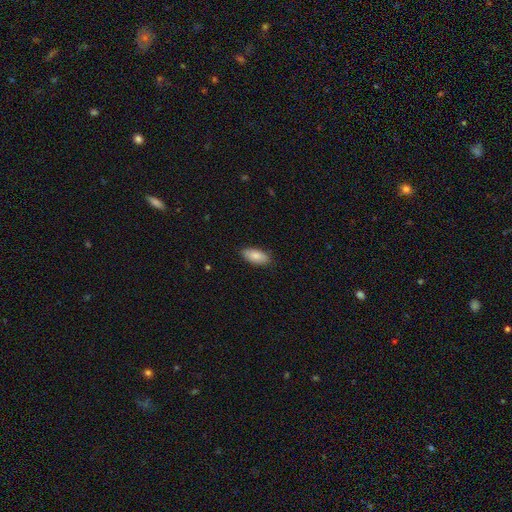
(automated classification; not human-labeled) Smooth or featured?
  - smooth: 84% *
  - featured or disk: 9%
  - star or artifact: 6%
How rounded?
  - in between: 89% *
  - cigar-shaped: 9%
  - round: 2%
Merging?
  - none: 85% *
  - minor disturbance: 12%
  - major disturbance: 2%
  - merger: 1%